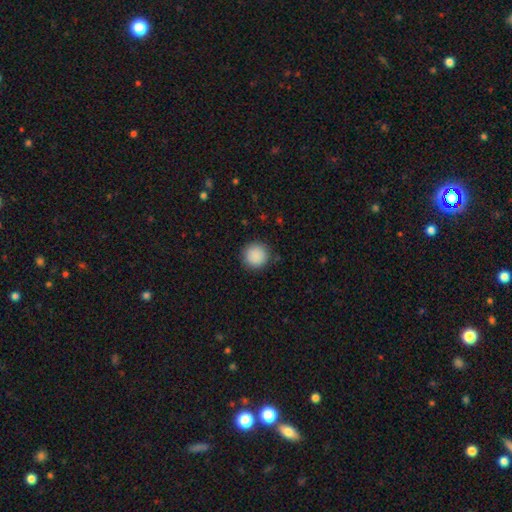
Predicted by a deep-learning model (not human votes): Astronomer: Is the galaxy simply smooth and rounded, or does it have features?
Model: smooth — 89%.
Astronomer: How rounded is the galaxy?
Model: round — 95%.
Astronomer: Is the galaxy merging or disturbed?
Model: none — 90%.